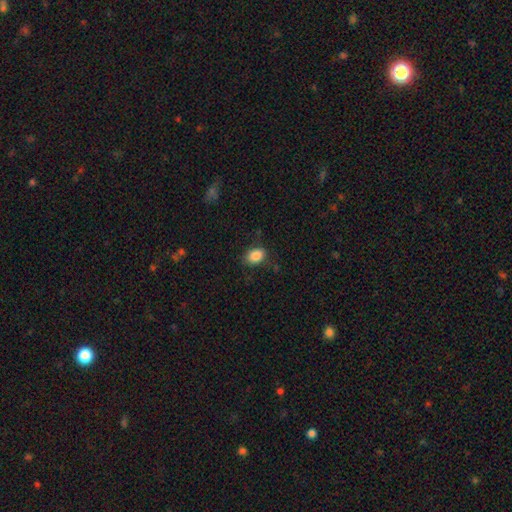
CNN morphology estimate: smooth_or_featured: smooth (p=0.87) [alt: star or artifact p=0.09]
how_rounded: in between (p=0.75) [alt: round p=0.24]
merging: none (p=0.78) [alt: minor disturbance p=0.16]